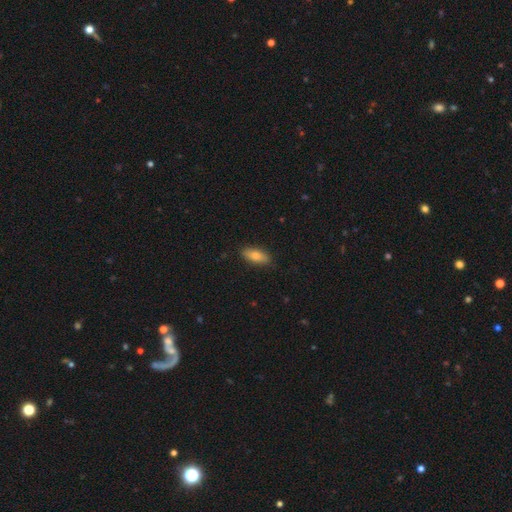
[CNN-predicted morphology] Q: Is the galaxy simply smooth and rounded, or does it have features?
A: smooth — 80%.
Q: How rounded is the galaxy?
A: in between — 77%.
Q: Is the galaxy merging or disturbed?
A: none — 88%.